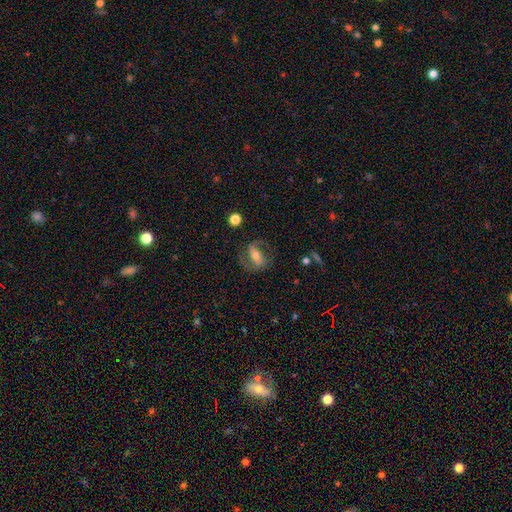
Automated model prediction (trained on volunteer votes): featured or disk 67%, smooth 26%, star or artifact 8%. Down the decision tree: edge-on disk — no (94%); bar — strong (50%); spiral arms — yes (81%); spiral arm count — 2 (85%); spiral winding — medium (51%); bulge size — moderate (58%); merging — none (69%).